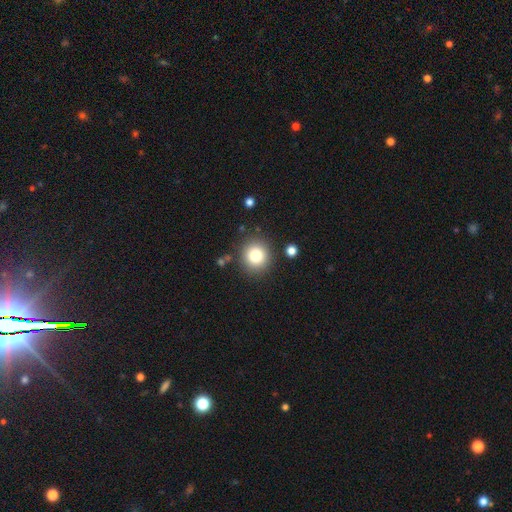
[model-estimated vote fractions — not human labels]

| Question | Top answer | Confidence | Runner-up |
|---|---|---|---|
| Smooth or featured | smooth | 81% | star or artifact (11%) |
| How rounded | round | 91% | in between (8%) |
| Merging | none | 86% | minor disturbance (8%) |